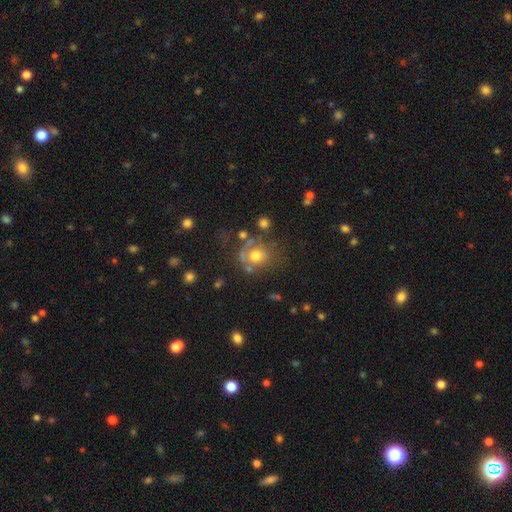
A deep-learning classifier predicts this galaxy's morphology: Smooth or featured?
  - smooth: 58% *
  - featured or disk: 29%
  - star or artifact: 13%
How rounded?
  - round: 77% *
  - in between: 22%
  - cigar-shaped: 1%
Merging?
  - none: 48% *
  - minor disturbance: 21%
  - major disturbance: 20%
  - merger: 12%